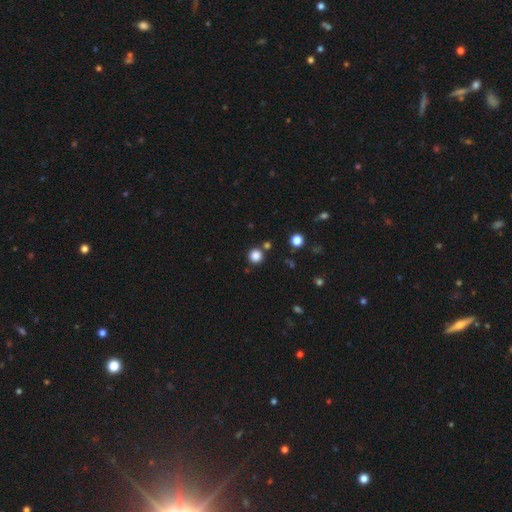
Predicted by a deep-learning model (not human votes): smooth_or_featured: smooth (p=0.84) [alt: star or artifact p=0.13]
how_rounded: round (p=0.94) [alt: in between p=0.05]
merging: none (p=0.84) [alt: minor disturbance p=0.07]